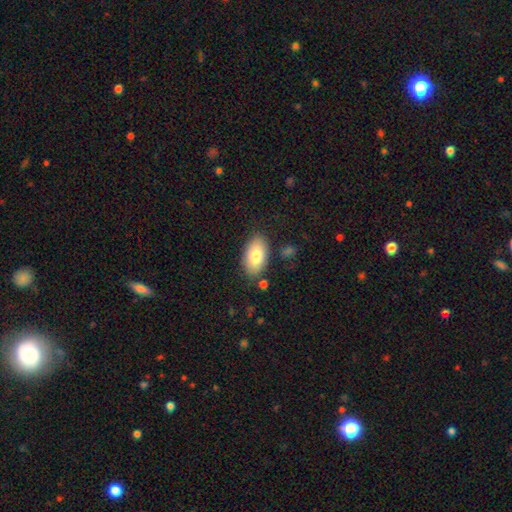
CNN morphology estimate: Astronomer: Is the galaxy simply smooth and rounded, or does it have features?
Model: smooth — 80%.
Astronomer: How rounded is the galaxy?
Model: in between — 94%.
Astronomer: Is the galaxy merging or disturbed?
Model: none — 81%.